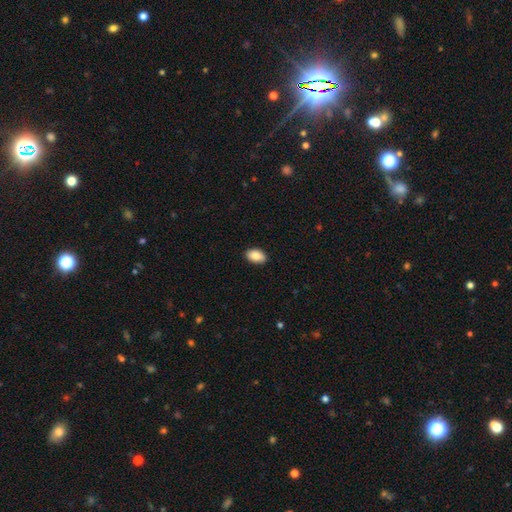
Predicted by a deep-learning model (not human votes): Q: Smooth or featured?
A: smooth (87%); runner-up: star or artifact (7%)
Q: How rounded?
A: in between (91%); runner-up: round (7%)
Q: Merging?
A: none (89%); runner-up: minor disturbance (9%)